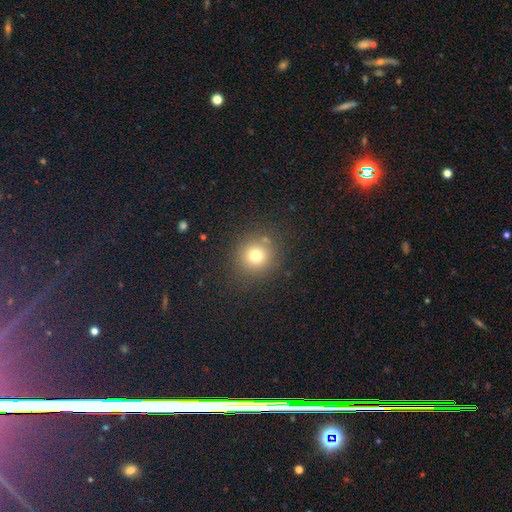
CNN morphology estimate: Smooth or featured: smooth — 74% (star or artifact — 16%)
How rounded: round — 90% (in between — 9%)
Merging: none — 84% (minor disturbance — 9%)